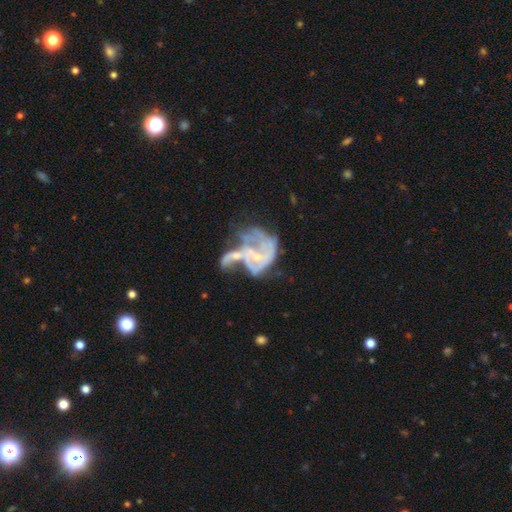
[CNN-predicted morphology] Smooth or featured: featured or disk — 80% (smooth — 11%)
Edge-on disk: no — 98% (yes — 2%)
Bar: no — 70% (weak — 24%)
Spiral arms: yes — 70% (no — 30%)
Spiral winding: medium — 40% (loose — 36%)
Spiral arm count: can't tell — 34% (2 — 29%)
Bulge size: small — 58% (moderate — 22%)
Merging: merger — 48% (major disturbance — 30%)